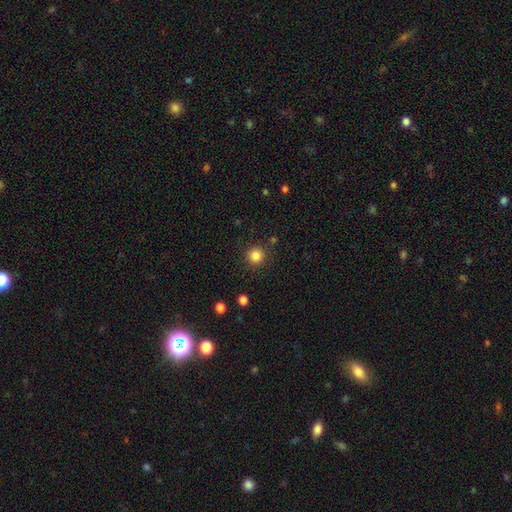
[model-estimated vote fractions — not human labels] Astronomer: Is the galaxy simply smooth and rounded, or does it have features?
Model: smooth — 84%.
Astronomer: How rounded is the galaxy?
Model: round — 94%.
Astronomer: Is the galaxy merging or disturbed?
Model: none — 88%.